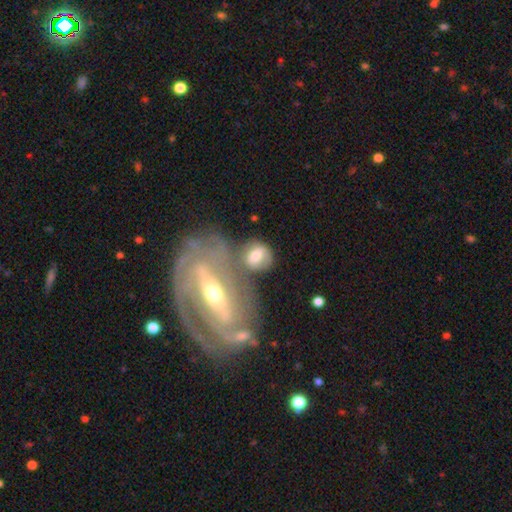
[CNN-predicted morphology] type=smooth (60%); roundness=round (54%); merging=none (52%).